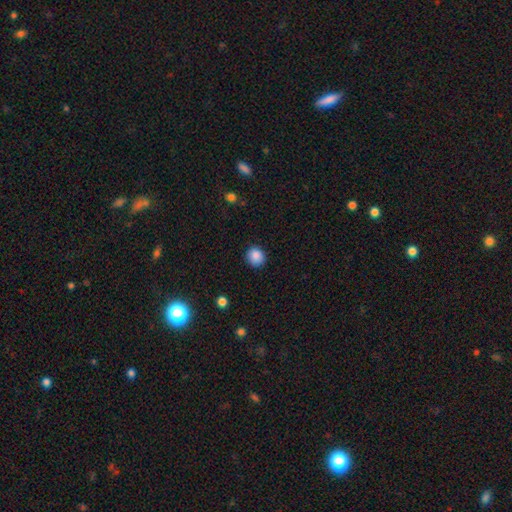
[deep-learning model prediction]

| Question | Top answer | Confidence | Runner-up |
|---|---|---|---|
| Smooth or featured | smooth | 87% | star or artifact (9%) |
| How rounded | round | 85% | in between (14%) |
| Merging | none | 87% | minor disturbance (9%) |